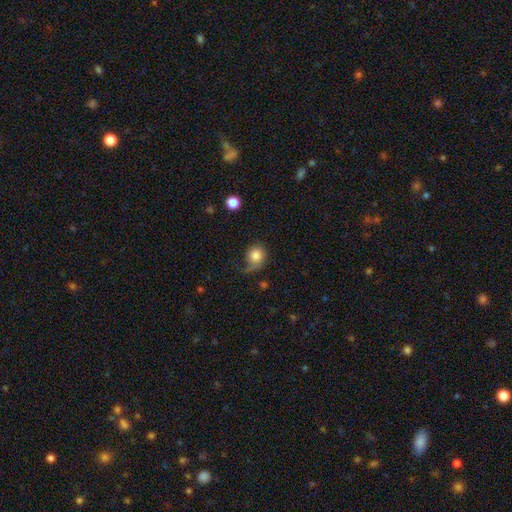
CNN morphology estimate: This is likely a smooth galaxy (77%). How rounded: clearly round (80%). Merging: marginally none (44%).